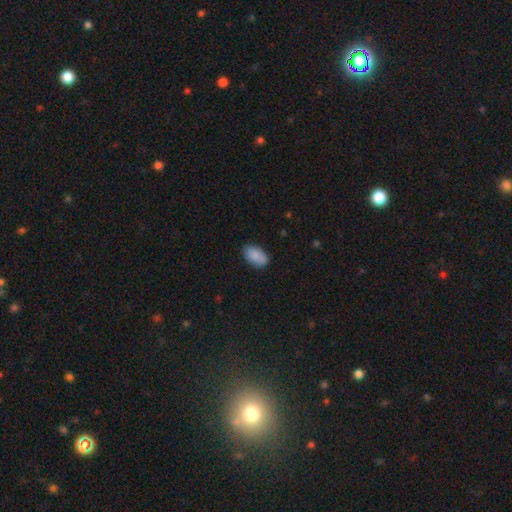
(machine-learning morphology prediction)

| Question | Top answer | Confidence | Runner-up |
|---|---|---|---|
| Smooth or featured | smooth | 88% | star or artifact (7%) |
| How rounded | in between | 93% | round (5%) |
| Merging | none | 81% | minor disturbance (15%) |